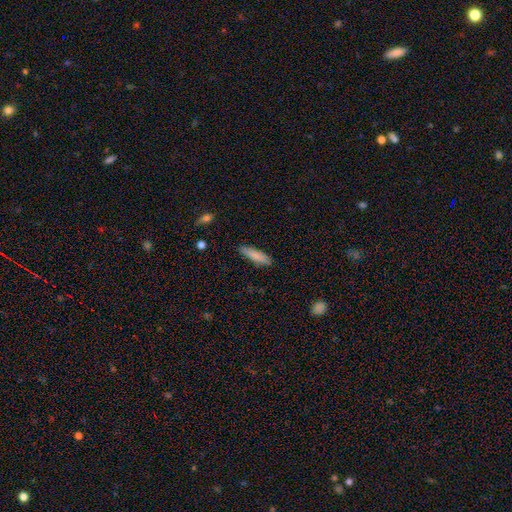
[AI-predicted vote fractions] Overall: smooth (83%). How rounded: cigar-shaped (70%). Merging: none (85%).